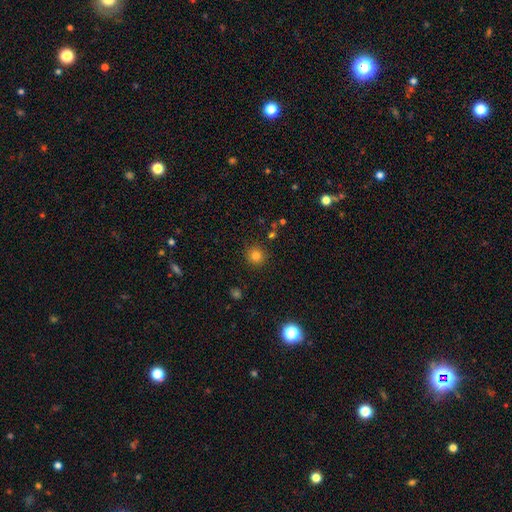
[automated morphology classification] The model was most divided on "smooth or featured": smooth: 80%, star or artifact: 14%, featured or disk: 6%. More confident: how rounded — round (94%); merging — none (89%).